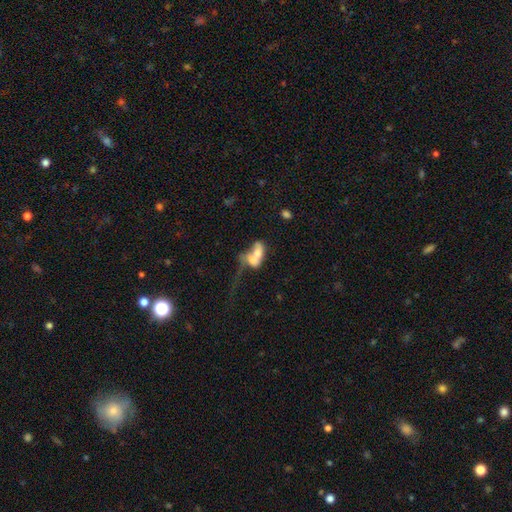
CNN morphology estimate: Smooth or featured? smooth (56%)
How rounded? in between (81%)
Merging? merger (65%)